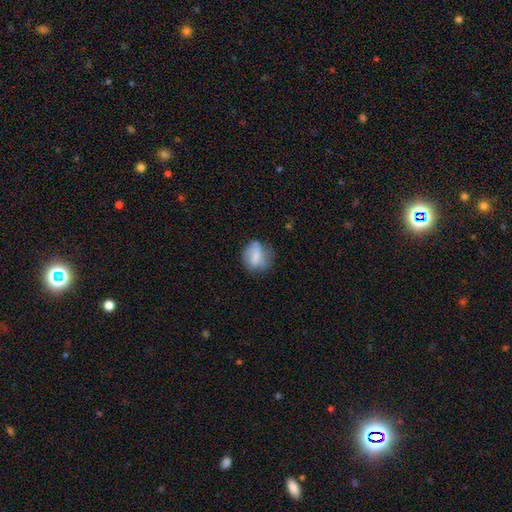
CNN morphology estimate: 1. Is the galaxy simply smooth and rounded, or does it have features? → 71% smooth, 21% featured or disk, 8% star or artifact.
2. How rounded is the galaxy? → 59% round, 39% in between, 2% cigar-shaped.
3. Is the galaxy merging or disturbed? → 57% none, 29% minor disturbance, 12% major disturbance, 2% merger.